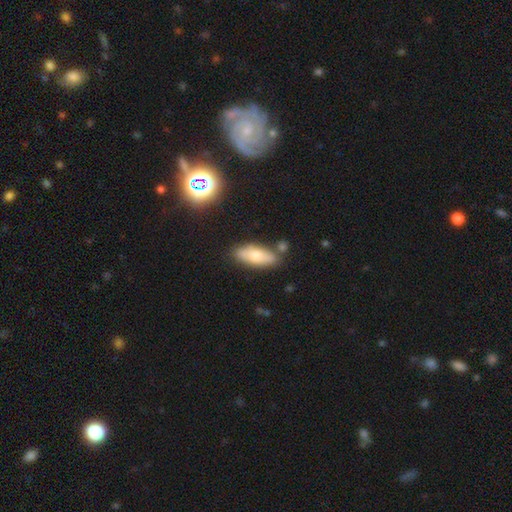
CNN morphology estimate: This is likely a smooth galaxy (69%). How rounded: likely in between (76%). Merging: likely none (77%).